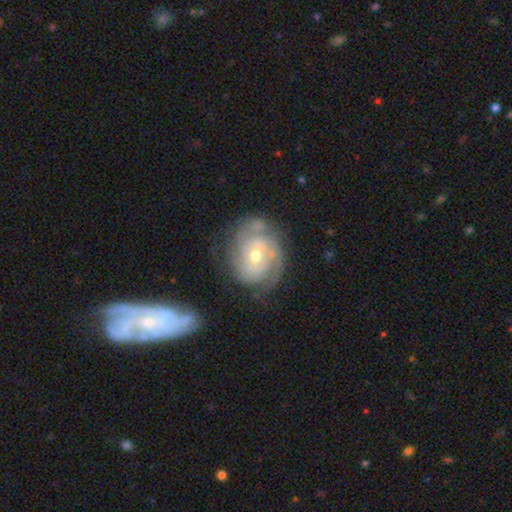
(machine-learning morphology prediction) Smooth or featured? Predicted: featured or disk (p=0.76). Edge-on disk? Predicted: no (p=0.97). Bar? Predicted: no (p=0.70). Spiral arms? Predicted: yes (p=0.84). Spiral winding? Predicted: tight (p=0.65). Spiral arm count? Predicted: can't tell (p=0.42). Bulge size? Predicted: moderate (p=0.52). Merging? Predicted: none (p=0.60).